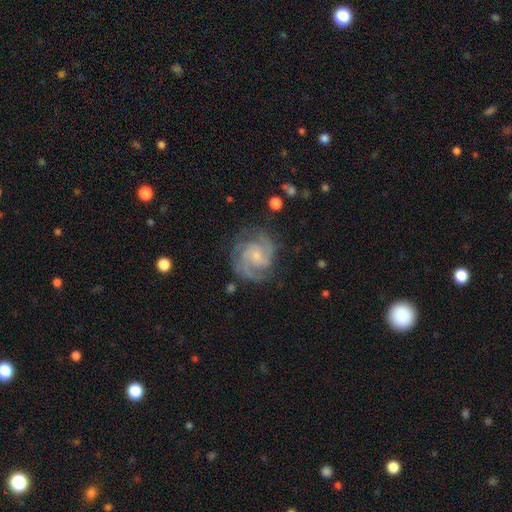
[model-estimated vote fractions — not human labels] Morphology: type=featured or disk (90%); edge-on=no (98%); bar=no (62%); spiral arms=yes (98%); winding=tight (52%); arm count=2 (50%); bulge=small (72%); merging=none (76%).